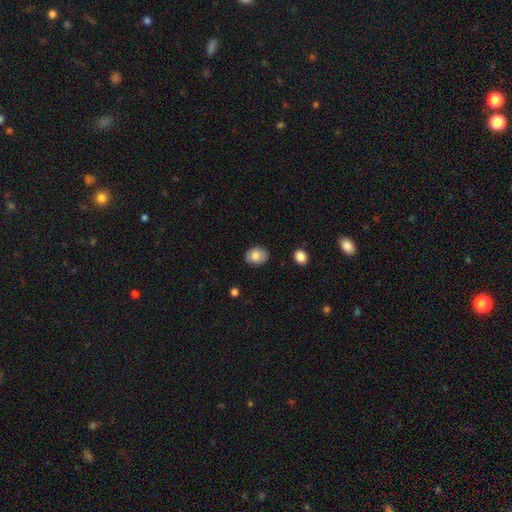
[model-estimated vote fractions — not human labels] Smooth or featured? Predicted: smooth (p=0.80). How rounded? Predicted: in between (p=0.60). Merging? Predicted: none (p=0.83).